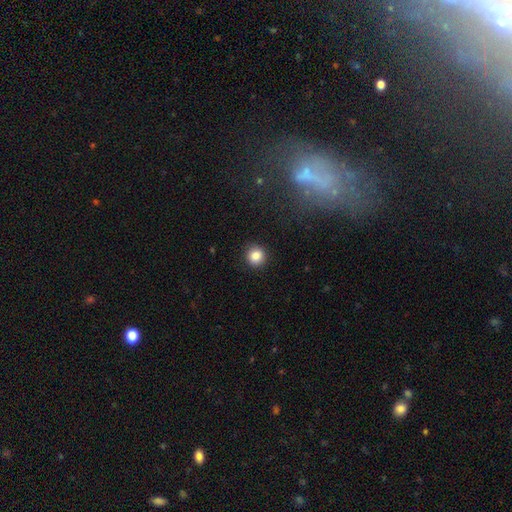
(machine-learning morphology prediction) This is clearly a smooth galaxy (85%). How rounded: clearly round (93%). Merging: clearly none (91%).